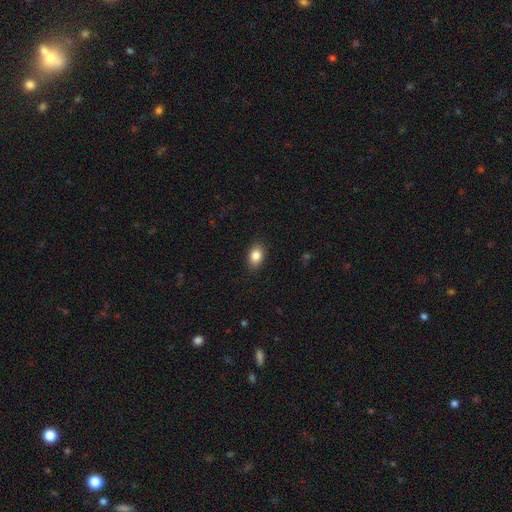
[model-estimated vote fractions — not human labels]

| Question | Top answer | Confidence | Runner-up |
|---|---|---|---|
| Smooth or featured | smooth | 85% | star or artifact (8%) |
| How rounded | in between | 81% | round (17%) |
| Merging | none | 87% | minor disturbance (10%) |